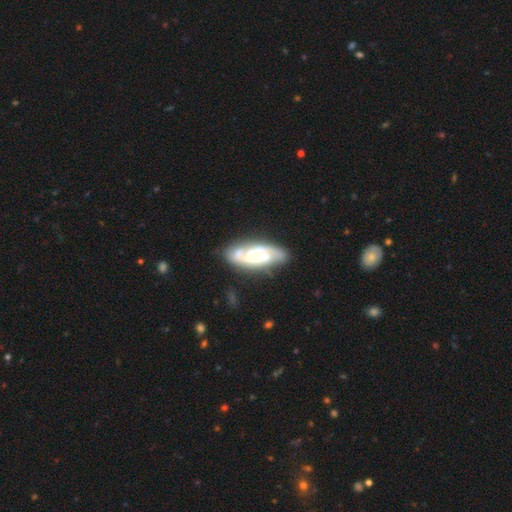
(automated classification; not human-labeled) Overall: featured or disk (75%). Edge-on disk: no (90%). Bar: no (64%; weak 27%). Spiral arms: yes (89%). Spiral arm count: 2 (54%; can't tell 25%). Spiral winding: tight (49%; medium 39%). Bulge size: small (44%; moderate 41%). Merging: none (68%).